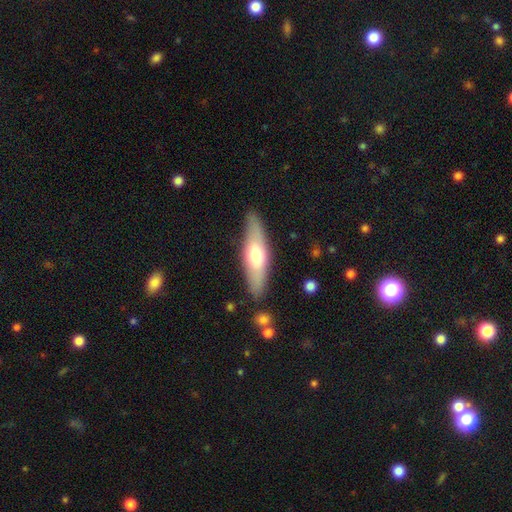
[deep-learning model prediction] Q: Smooth or featured?
A: smooth (53%); runner-up: featured or disk (41%)
Q: How rounded?
A: cigar-shaped (62%); runner-up: in between (36%)
Q: Merging?
A: none (86%); runner-up: minor disturbance (10%)